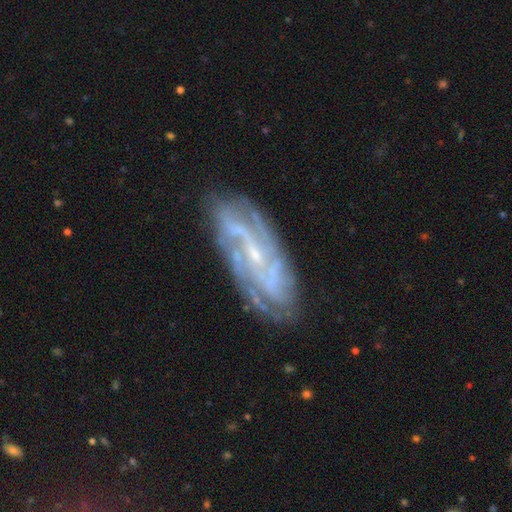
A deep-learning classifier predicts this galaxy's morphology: Q: Smooth or featured?
A: featured or disk (86%); runner-up: star or artifact (7%)
Q: Edge-on disk?
A: no (91%); runner-up: yes (9%)
Q: Bar?
A: weak (40%); runner-up: no (39%)
Q: Spiral arms?
A: yes (95%); runner-up: no (5%)
Q: Spiral winding?
A: tight (45%); runner-up: medium (41%)
Q: Spiral arm count?
A: 2 (29%); runner-up: can't tell (25%)
Q: Bulge size?
A: small (75%); runner-up: moderate (16%)
Q: Merging?
A: none (78%); runner-up: minor disturbance (15%)